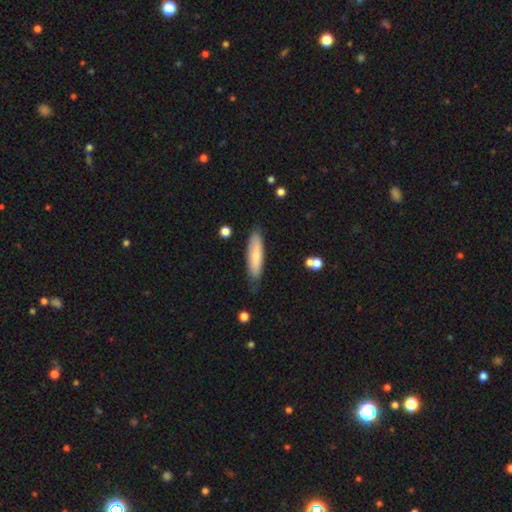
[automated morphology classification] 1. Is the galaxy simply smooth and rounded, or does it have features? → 73% smooth, 21% featured or disk, 6% star or artifact.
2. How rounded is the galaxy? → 68% cigar-shaped, 30% in between, 1% round.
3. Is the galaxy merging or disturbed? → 80% none, 15% minor disturbance, 3% major disturbance, 2% merger.